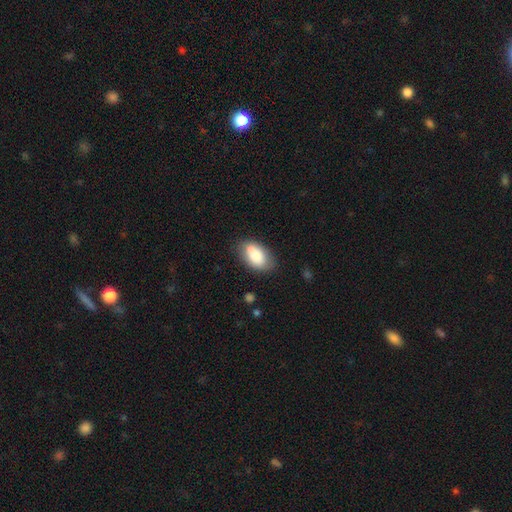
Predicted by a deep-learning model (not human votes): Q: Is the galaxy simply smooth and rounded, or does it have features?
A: smooth — 75%.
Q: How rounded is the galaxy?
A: in between — 92%.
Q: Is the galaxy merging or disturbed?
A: none — 66%.